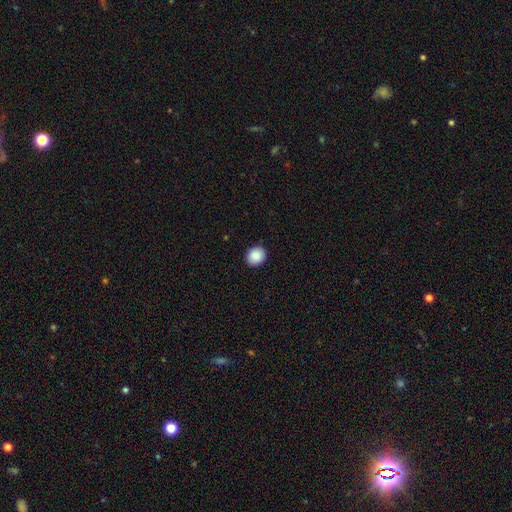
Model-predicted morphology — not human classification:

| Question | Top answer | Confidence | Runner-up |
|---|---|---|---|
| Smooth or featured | smooth | 88% | star or artifact (8%) |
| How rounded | round | 77% | in between (22%) |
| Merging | none | 91% | minor disturbance (6%) |